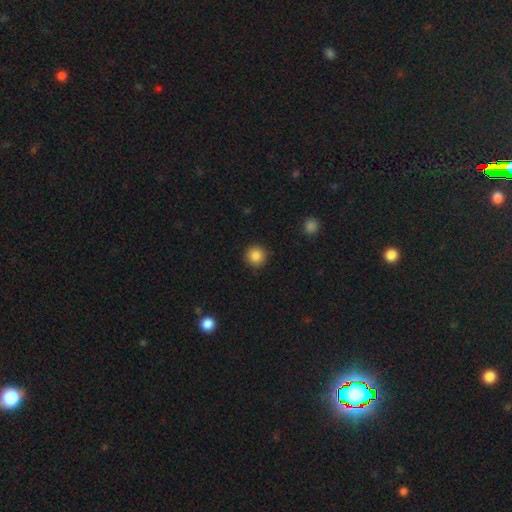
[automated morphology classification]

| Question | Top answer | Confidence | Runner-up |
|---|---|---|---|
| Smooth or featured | smooth | 86% | star or artifact (10%) |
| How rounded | round | 95% | in between (4%) |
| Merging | none | 91% | minor disturbance (6%) |